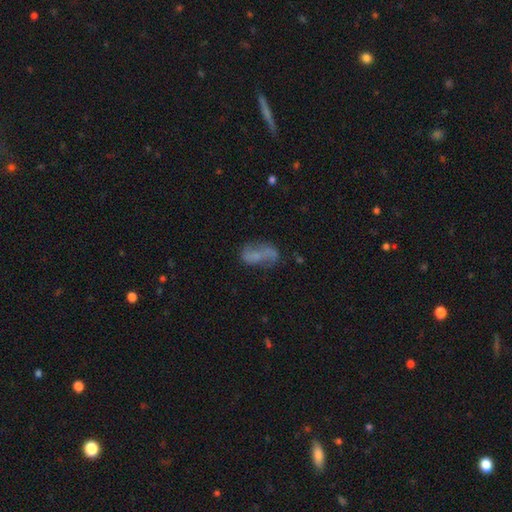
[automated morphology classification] Smooth or featured? Predicted: featured or disk (p=0.46). Merging? Predicted: none (p=0.45).